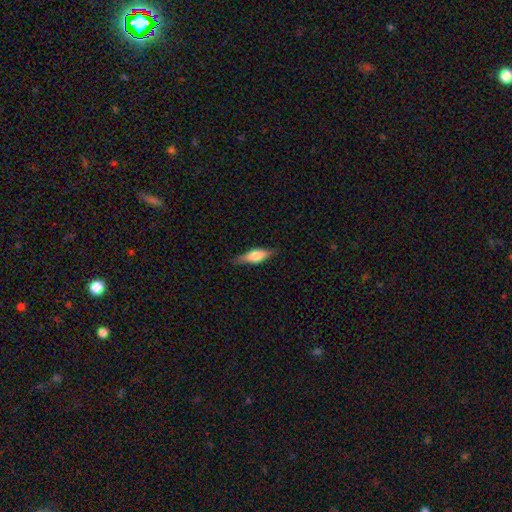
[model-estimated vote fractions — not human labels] Q: Smooth or featured?
A: smooth (61%); runner-up: featured or disk (33%)
Q: How rounded?
A: in between (54%); runner-up: cigar-shaped (43%)
Q: Merging?
A: none (82%); runner-up: minor disturbance (14%)